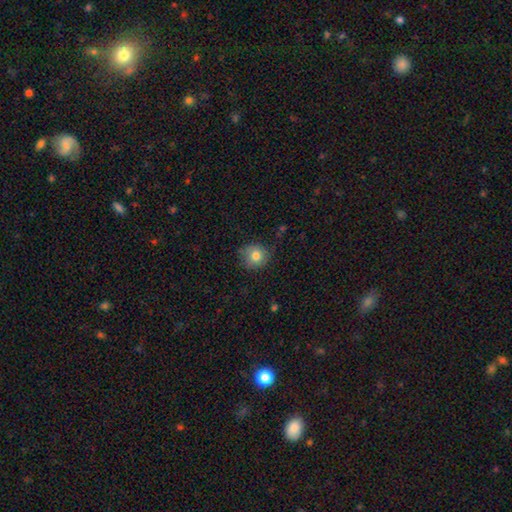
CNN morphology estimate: The model was most divided on "merging": none: 77%, minor disturbance: 18%, major disturbance: 4%, merger: 1%. More confident: how rounded — round (88%); smooth or featured — smooth (80%).